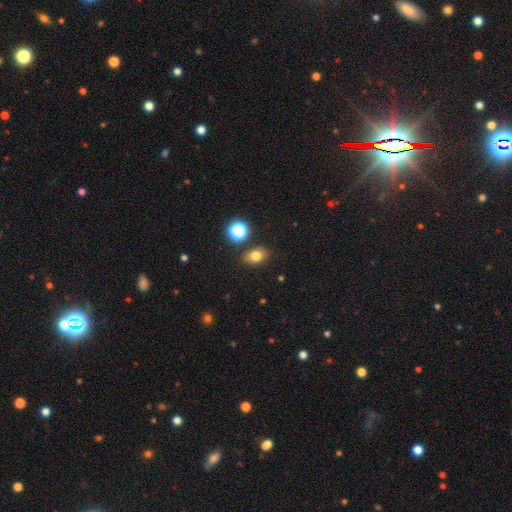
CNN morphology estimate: smooth-or-featured: smooth: 76% | star or artifact: 15% | featured or disk: 9%
  how-rounded: in between: 67% | round: 31% | cigar-shaped: 1%
  merging: none: 81% | minor disturbance: 11% | merger: 5% | major disturbance: 3%